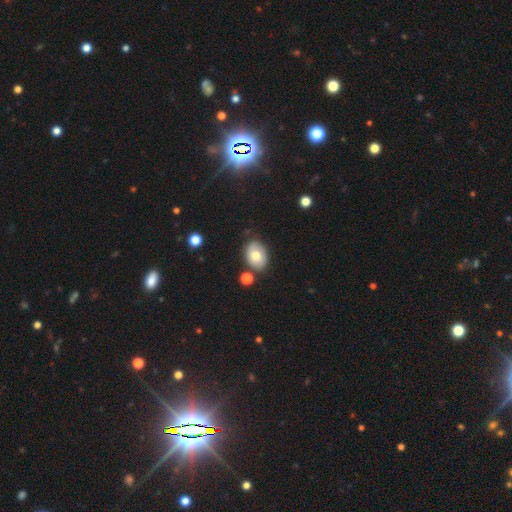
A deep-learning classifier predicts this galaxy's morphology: Q: Smooth or featured?
A: smooth (71%); runner-up: featured or disk (21%)
Q: How rounded?
A: in between (75%); runner-up: round (24%)
Q: Merging?
A: none (73%); runner-up: minor disturbance (16%)